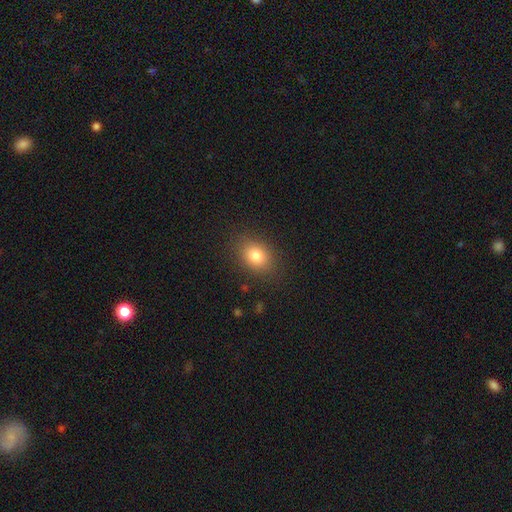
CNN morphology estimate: A smooth galaxy with no disk features (81%) that is in between round and cigar-shaped (59%).

Vote fractions:
- Smooth or featured? smooth: 81% / star or artifact: 10% / featured or disk: 8%
- How rounded? in between: 59% / round: 40% / cigar-shaped: 1%
- Merging? none: 85% / minor disturbance: 10% / major disturbance: 4% / merger: 1%